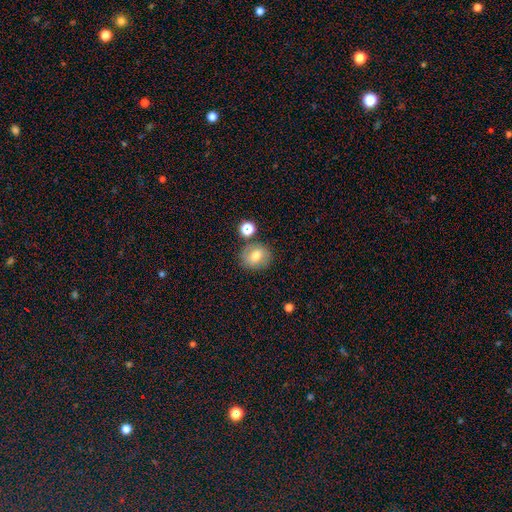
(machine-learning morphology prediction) smooth_or_featured: smooth (p=0.67) [alt: featured or disk p=0.22]
how_rounded: round (p=0.70) [alt: in between p=0.29]
merging: none (p=0.74) [alt: minor disturbance p=0.13]